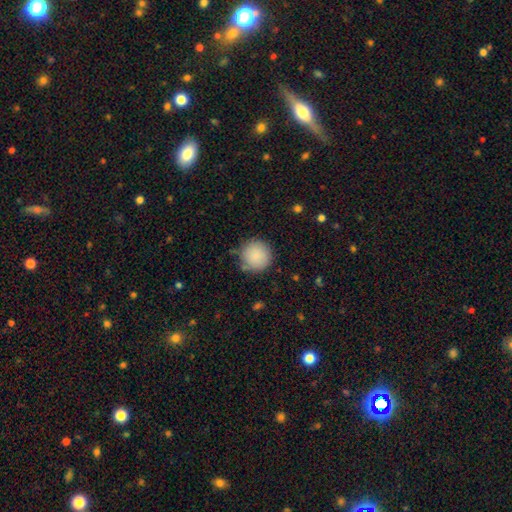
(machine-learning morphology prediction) This appears to be a smooth galaxy with no disk features (88%) that is round (94%). Merging: none (78%).